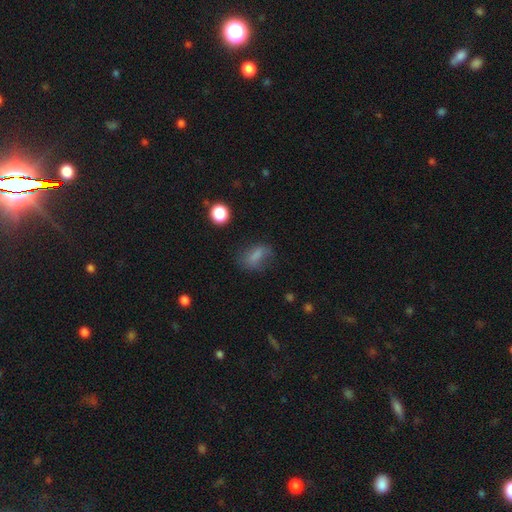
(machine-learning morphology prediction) Smooth or featured? smooth (73%)
How rounded? in between (74%)
Merging? none (62%)